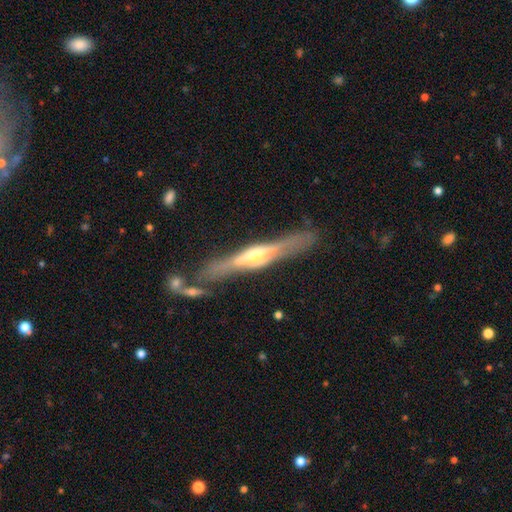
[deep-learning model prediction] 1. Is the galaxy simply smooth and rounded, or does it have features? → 77% featured or disk, 17% smooth, 6% star or artifact.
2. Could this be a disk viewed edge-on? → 94% yes, 6% no.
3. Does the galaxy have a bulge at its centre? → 81% rounded, 12% boxy, 8% none.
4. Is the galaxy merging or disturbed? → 75% none, 14% minor disturbance, 6% merger, 5% major disturbance.